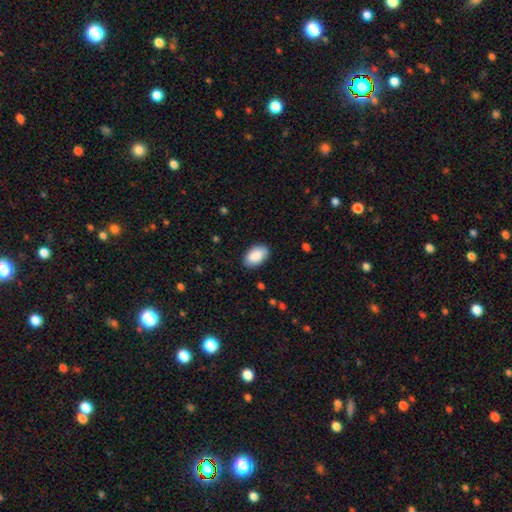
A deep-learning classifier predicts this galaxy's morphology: smooth 89%, star or artifact 6%, featured or disk 5%. Down the decision tree: how rounded — in between (93%); merging — none (87%).